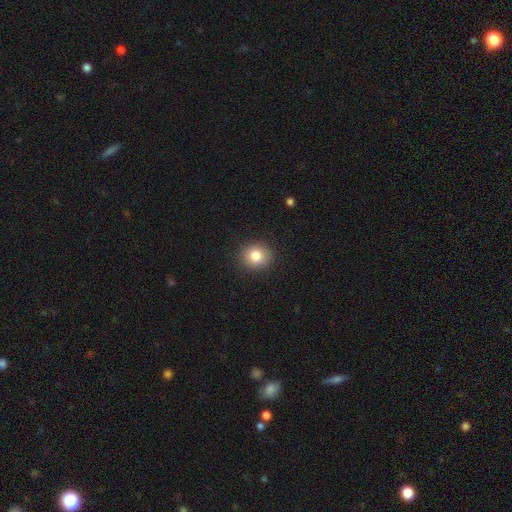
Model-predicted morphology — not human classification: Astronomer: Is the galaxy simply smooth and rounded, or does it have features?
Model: smooth — 82%.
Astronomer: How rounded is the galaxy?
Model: round — 79%.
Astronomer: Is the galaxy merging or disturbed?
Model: none — 90%.